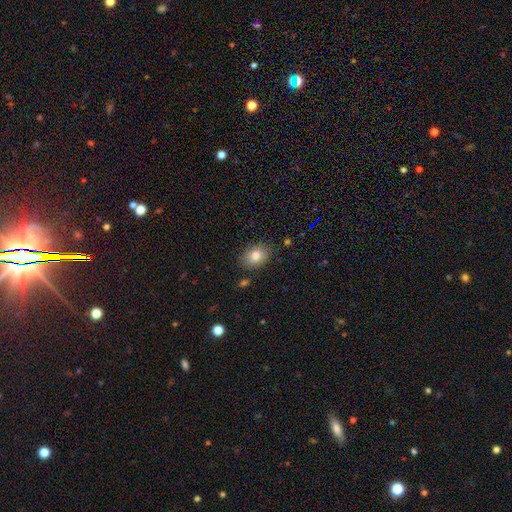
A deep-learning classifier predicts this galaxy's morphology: Smooth or featured?
  - smooth: 82% *
  - featured or disk: 9%
  - star or artifact: 9%
How rounded?
  - in between: 67% *
  - round: 32%
  - cigar-shaped: 1%
Merging?
  - none: 83% *
  - minor disturbance: 12%
  - major disturbance: 3%
  - merger: 2%